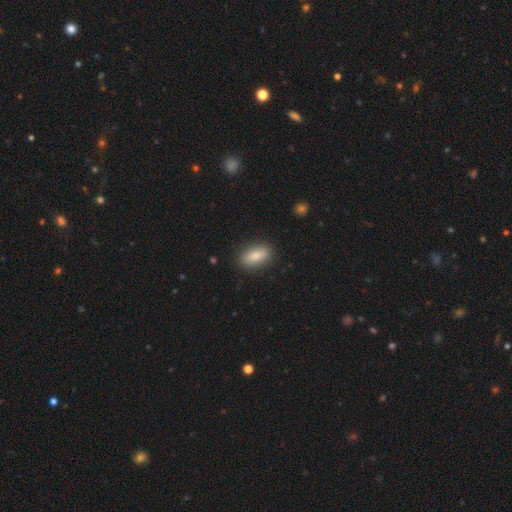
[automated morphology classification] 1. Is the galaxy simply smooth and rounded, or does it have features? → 83% smooth, 10% featured or disk, 7% star or artifact.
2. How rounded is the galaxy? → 82% in between, 14% cigar-shaped, 4% round.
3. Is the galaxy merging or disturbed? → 86% none, 10% minor disturbance, 3% major disturbance, 1% merger.